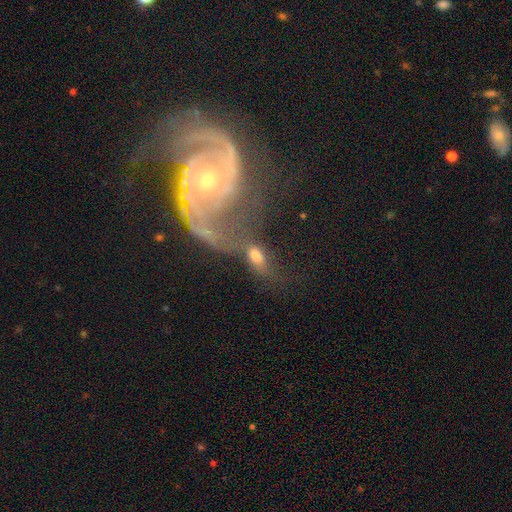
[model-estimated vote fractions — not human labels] smooth-or-featured: smooth: 54% | featured or disk: 33% | star or artifact: 13%
  how-rounded: in between: 82% | round: 10% | cigar-shaped: 8%
  merging: none: 38% | merger: 24% | minor disturbance: 20% | major disturbance: 18%